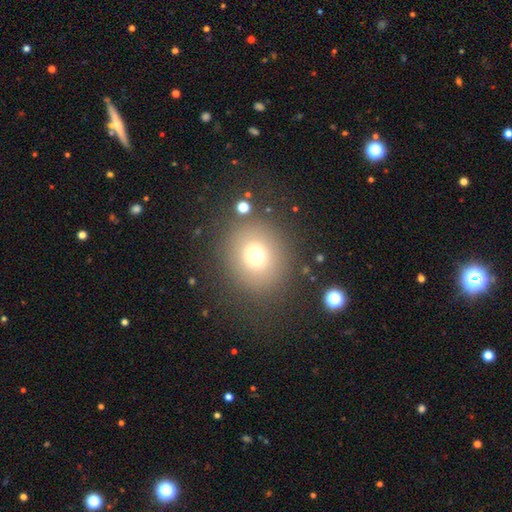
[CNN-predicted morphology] smooth-or-featured: smooth: 70% | star or artifact: 18% | featured or disk: 11%
  how-rounded: round: 86% | in between: 14% | cigar-shaped: 1%
  merging: none: 83% | minor disturbance: 8% | major disturbance: 6% | merger: 3%